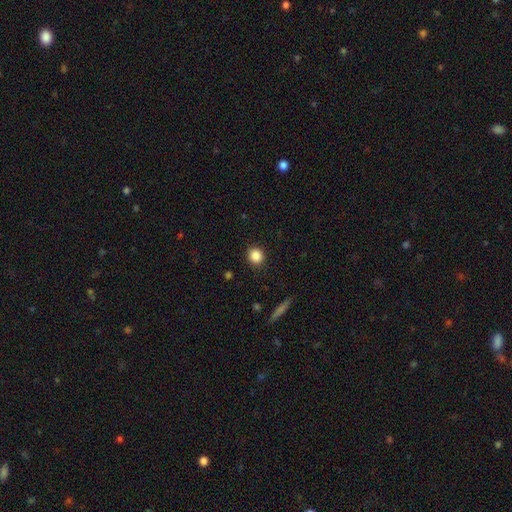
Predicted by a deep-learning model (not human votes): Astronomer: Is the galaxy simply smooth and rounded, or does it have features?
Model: smooth — 87%.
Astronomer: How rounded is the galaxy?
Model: round — 88%.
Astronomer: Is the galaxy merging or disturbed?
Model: none — 90%.